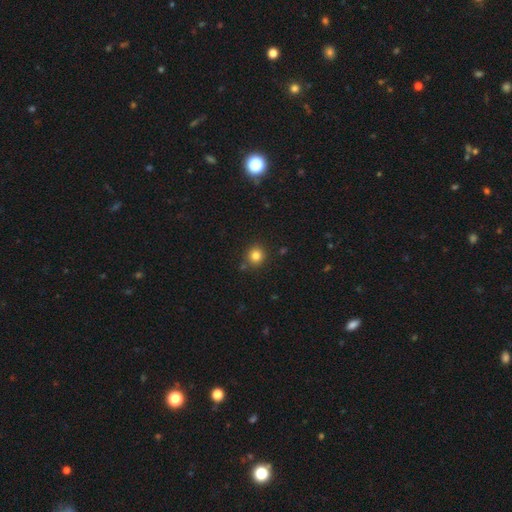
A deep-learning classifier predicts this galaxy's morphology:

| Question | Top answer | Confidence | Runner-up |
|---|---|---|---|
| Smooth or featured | smooth | 82% | star or artifact (13%) |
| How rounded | round | 90% | in between (9%) |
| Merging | none | 84% | minor disturbance (9%) |